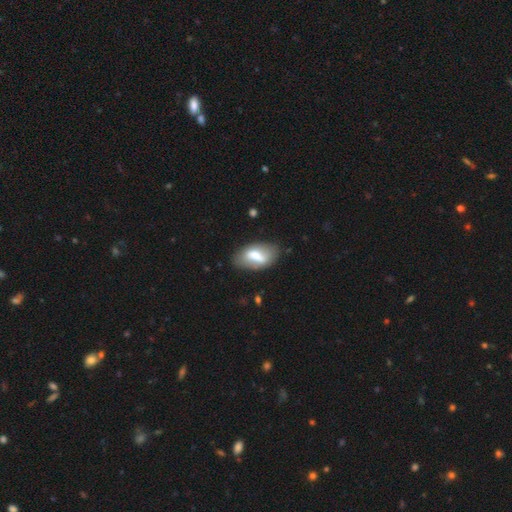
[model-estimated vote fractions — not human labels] A smooth galaxy with no disk features (55%) that is in between round and cigar-shaped (92%).

Vote fractions:
- Smooth or featured? smooth: 55% / featured or disk: 38% / star or artifact: 7%
- How rounded? in between: 92% / round: 5% / cigar-shaped: 3%
- Merging? none: 73% / minor disturbance: 18% / major disturbance: 6% / merger: 3%